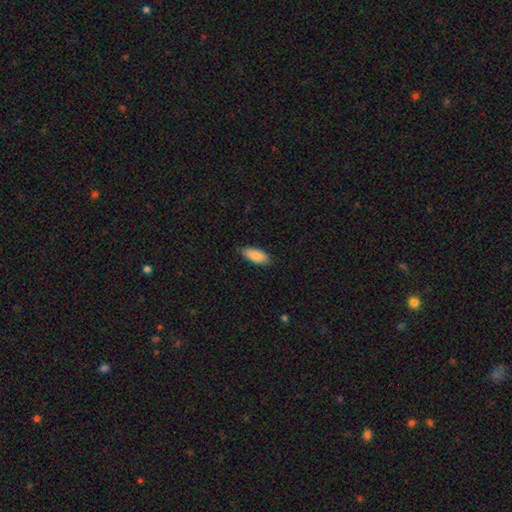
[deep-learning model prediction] Smooth or featured?
  - smooth: 87% *
  - featured or disk: 7%
  - star or artifact: 6%
How rounded?
  - in between: 85% *
  - cigar-shaped: 13%
  - round: 2%
Merging?
  - none: 83% *
  - minor disturbance: 14%
  - major disturbance: 2%
  - merger: 1%